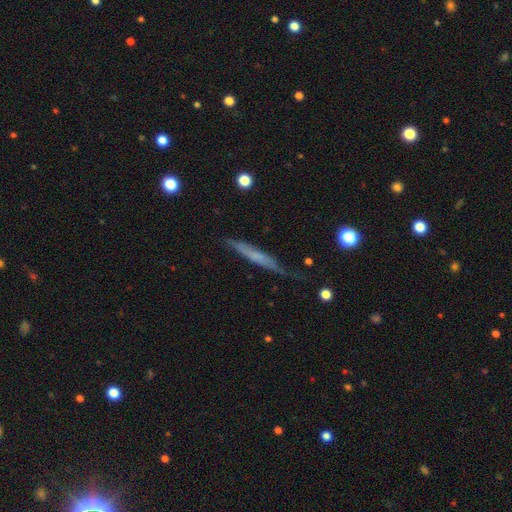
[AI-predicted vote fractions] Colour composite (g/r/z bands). It shows a smooth galaxy with no disk features (47%). Merging: none (66%).